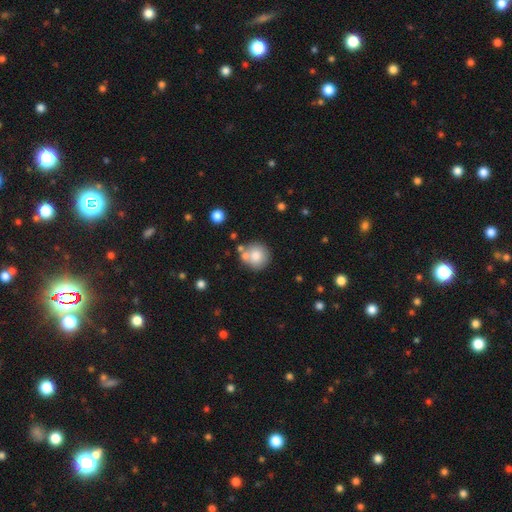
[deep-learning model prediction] Smooth or featured? smooth (78%)
How rounded? round (92%)
Merging? none (70%)